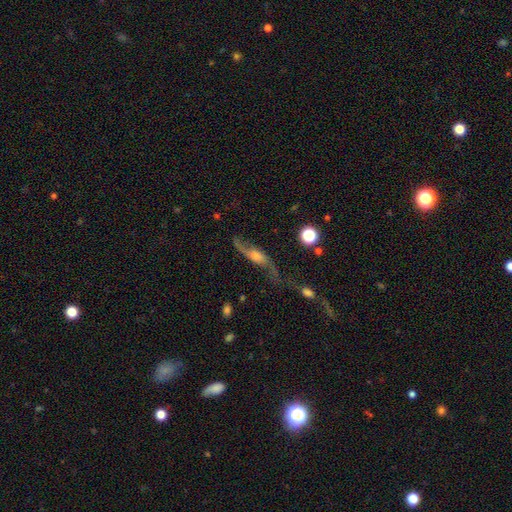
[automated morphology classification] smooth_or_featured: featured or disk (p=0.76) [alt: smooth p=0.15]
disk_edge_on: no (p=0.67) [alt: yes p=0.33]
bar: no (p=0.56) [alt: weak p=0.33]
has_spiral_arms: yes (p=0.91) [alt: no p=0.09]
bulge_size: moderate (p=0.40) [alt: small p=0.25]
merging: none (p=0.49) [alt: major disturbance p=0.21]